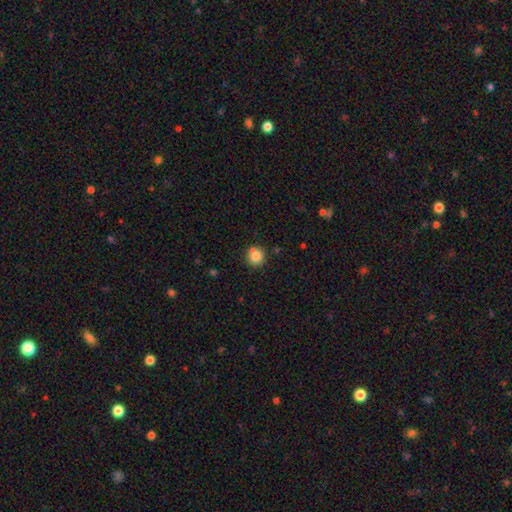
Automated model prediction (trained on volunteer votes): smooth_or_featured: smooth (p=0.83) [alt: star or artifact p=0.10]
how_rounded: round (p=0.90) [alt: in between p=0.09]
merging: none (p=0.74) [alt: minor disturbance p=0.13]